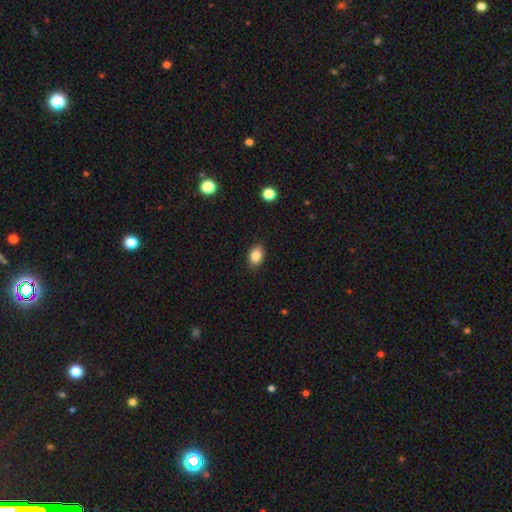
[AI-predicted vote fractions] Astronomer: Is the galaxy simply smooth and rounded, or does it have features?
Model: smooth — 86%.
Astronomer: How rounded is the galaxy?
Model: in between — 82%.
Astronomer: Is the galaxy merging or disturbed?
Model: none — 86%.